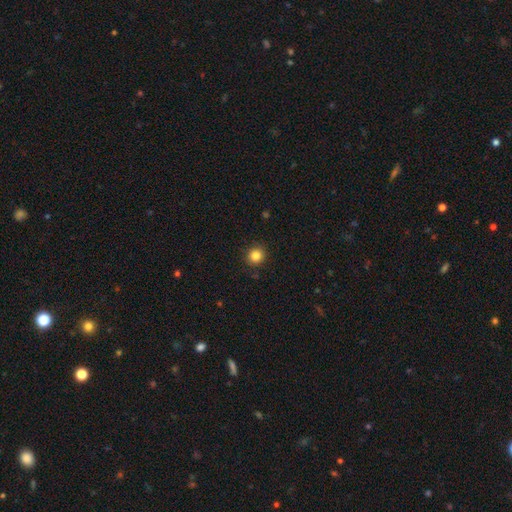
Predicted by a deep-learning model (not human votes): Smooth or featured: smooth — 84% (star or artifact — 11%)
How rounded: round — 91% (in between — 8%)
Merging: none — 90% (minor disturbance — 7%)